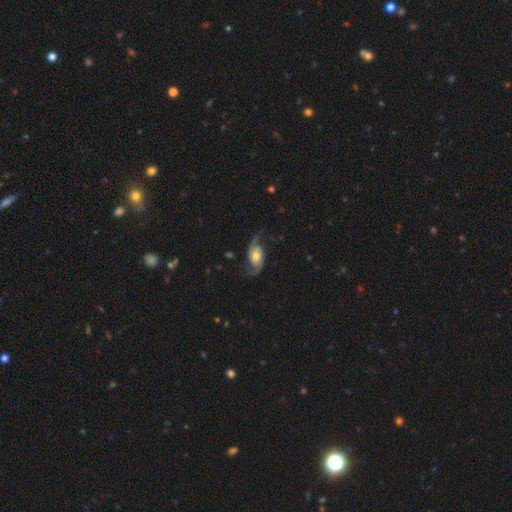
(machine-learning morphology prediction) A featured or disk galaxy (85%) with no bar (64%), 2 (93%) loose (67%) spiral arms (96%) and a moderate central bulge (56%). Merging: none (73%).